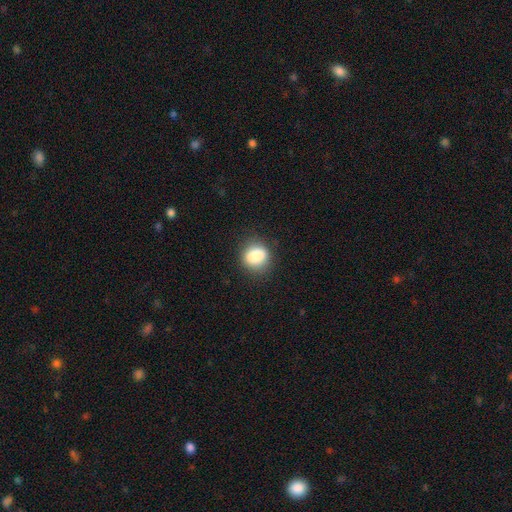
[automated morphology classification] smooth_or_featured: smooth (p=0.85) [alt: star or artifact p=0.09]
how_rounded: round (p=0.61) [alt: in between p=0.38]
merging: none (p=0.81) [alt: minor disturbance p=0.14]